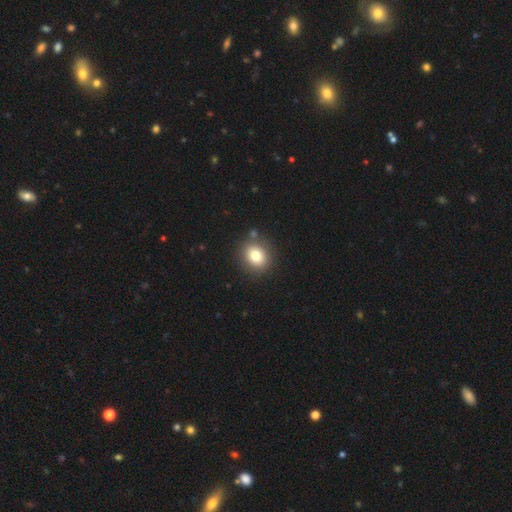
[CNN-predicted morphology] This appears to be a smooth galaxy with no disk features (78%) that is round (73%). Merging: none (85%).